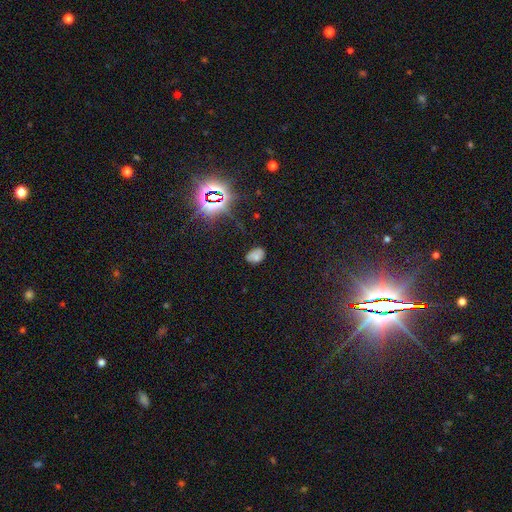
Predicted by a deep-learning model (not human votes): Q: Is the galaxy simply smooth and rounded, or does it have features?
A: smooth — 60%.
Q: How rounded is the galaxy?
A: in between — 80%.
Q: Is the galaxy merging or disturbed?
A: none — 66%.